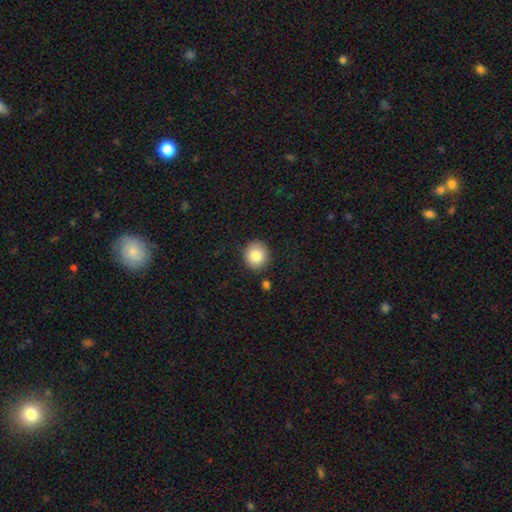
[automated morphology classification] type=smooth (84%); roundness=round (87%); merging=none (87%).